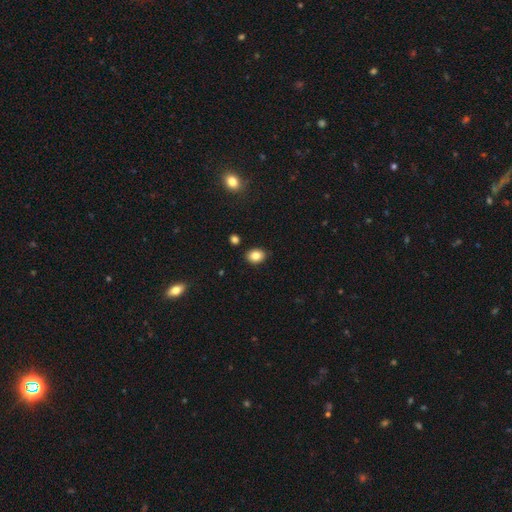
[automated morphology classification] This appears to be a smooth galaxy with no disk features (84%) that is in between round and cigar-shaped (58%). Merging: none (87%).